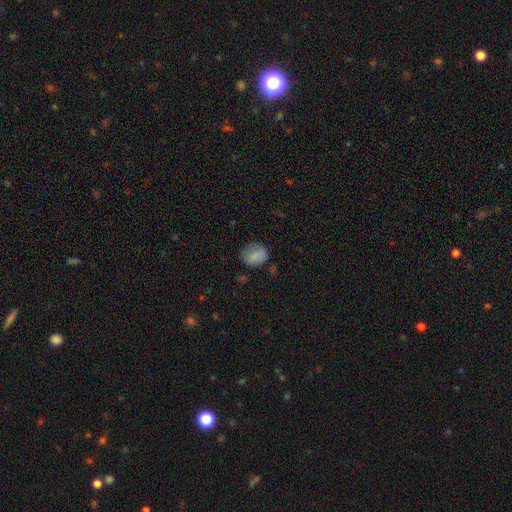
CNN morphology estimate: smooth_or_featured: smooth (p=0.83) [alt: star or artifact p=0.10]
how_rounded: round (p=0.58) [alt: in between p=0.41]
merging: none (p=0.66) [alt: minor disturbance p=0.24]